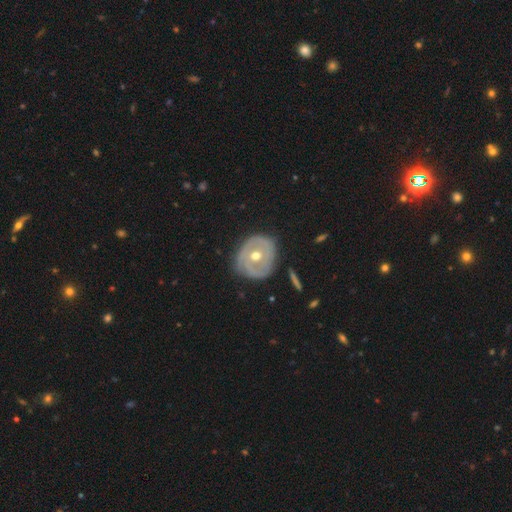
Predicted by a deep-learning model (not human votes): This appears to be a featured or disk galaxy (71%) with no bar (74%), spiral arms (55%) and a moderate central bulge (75%). Merging: none (75%).